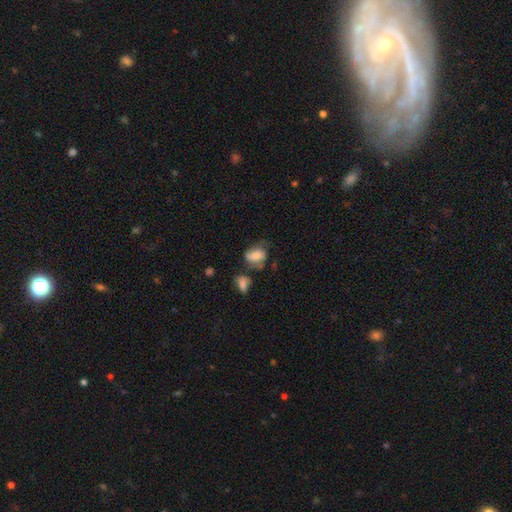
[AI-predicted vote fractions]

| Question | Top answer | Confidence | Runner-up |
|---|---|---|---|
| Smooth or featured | smooth | 58% | featured or disk (34%) |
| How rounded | in between | 72% | round (26%) |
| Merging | none | 41% | minor disturbance (29%) |